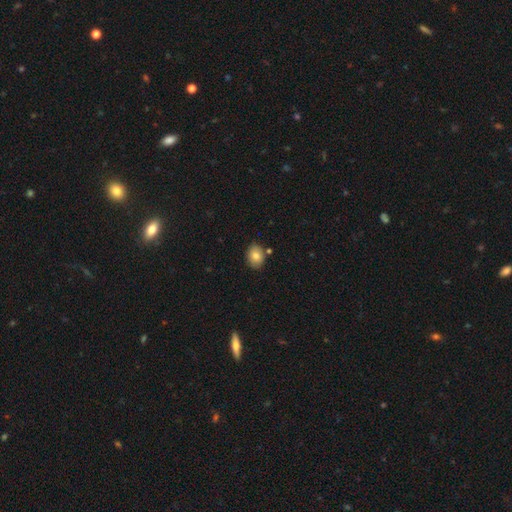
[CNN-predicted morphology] Smooth or featured? Predicted: smooth (p=0.81). How rounded? Predicted: in between (p=0.65). Merging? Predicted: none (p=0.82).